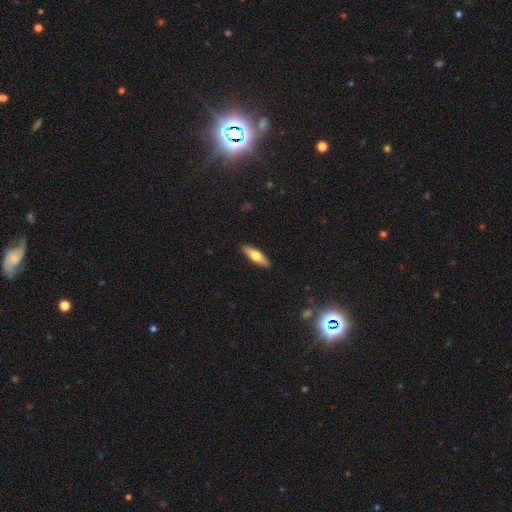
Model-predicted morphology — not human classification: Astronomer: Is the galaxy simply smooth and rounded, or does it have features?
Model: smooth — 56% (runner-up: featured or disk, 39%).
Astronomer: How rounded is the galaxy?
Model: cigar-shaped — 59% (runner-up: in between, 38%).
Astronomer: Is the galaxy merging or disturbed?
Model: none — 90%.